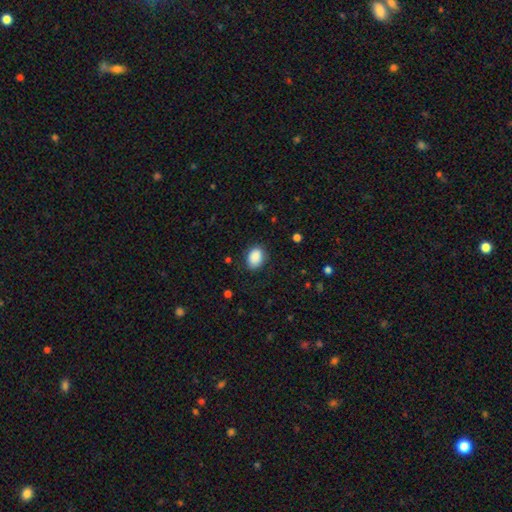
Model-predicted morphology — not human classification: A smooth galaxy with no disk features (89%) that is in between round and cigar-shaped (73%).

Vote fractions:
- Smooth or featured? smooth: 89% / star or artifact: 8% / featured or disk: 4%
- How rounded? in between: 73% / round: 26% / cigar-shaped: 1%
- Merging? none: 82% / minor disturbance: 14% / major disturbance: 4% / merger: 1%